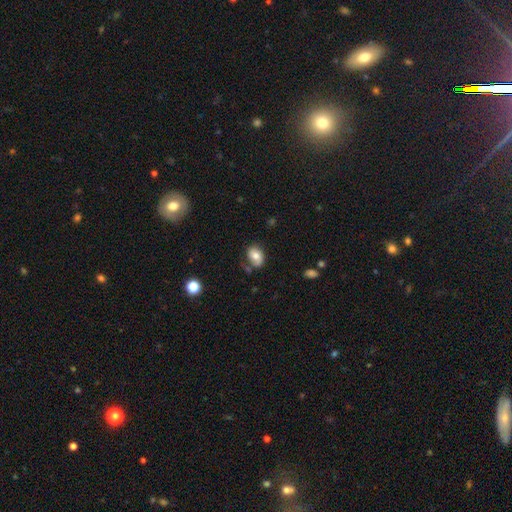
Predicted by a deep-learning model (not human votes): A smooth galaxy with no disk features (70%) that is in between round and cigar-shaped (72%).

Vote fractions:
- Smooth or featured? smooth: 70% / featured or disk: 21% / star or artifact: 8%
- How rounded? in between: 72% / round: 27% / cigar-shaped: 1%
- Merging? none: 61% / minor disturbance: 24% / major disturbance: 9% / merger: 7%